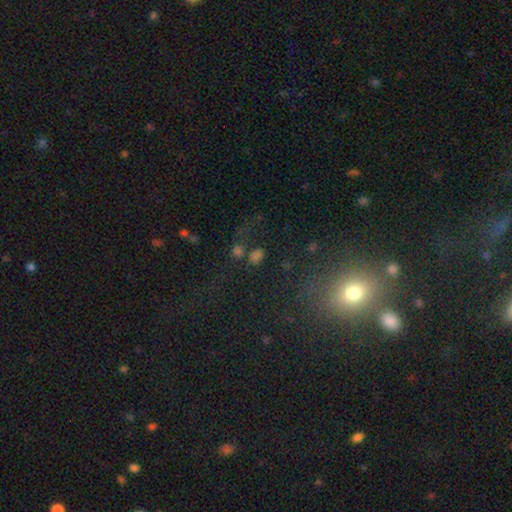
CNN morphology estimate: Overall: smooth (57%; star or artifact 32%). How rounded: in between (55%; round 42%). Merging: none (53%; merger 20%).